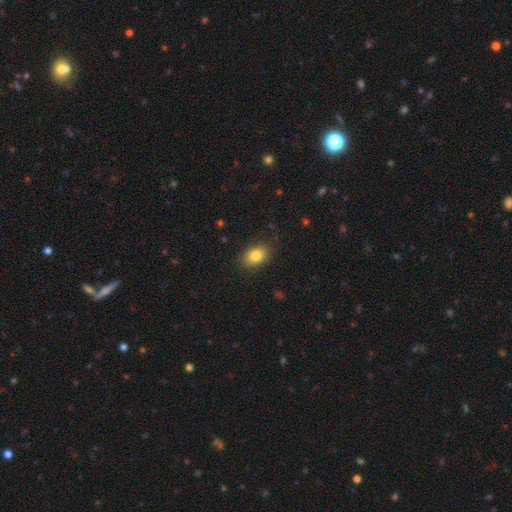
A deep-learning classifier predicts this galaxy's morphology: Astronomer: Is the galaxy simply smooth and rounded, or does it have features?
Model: smooth — 83%.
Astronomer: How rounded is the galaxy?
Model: in between — 78%.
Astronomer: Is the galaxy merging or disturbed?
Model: none — 85%.